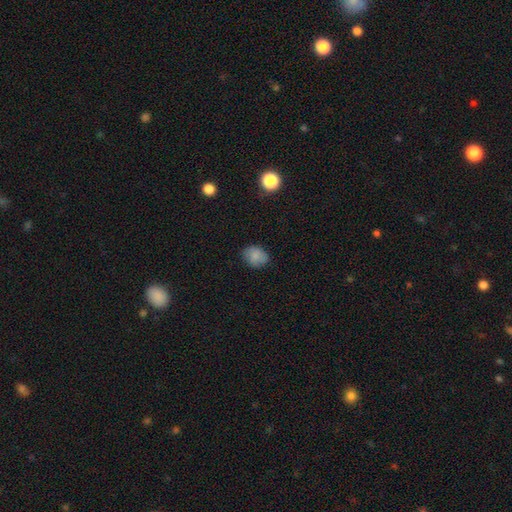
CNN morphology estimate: smooth_or_featured: smooth (p=0.82) [alt: star or artifact p=0.09]
how_rounded: round (p=0.50) [alt: in between p=0.49]
merging: none (p=0.77) [alt: minor disturbance p=0.18]